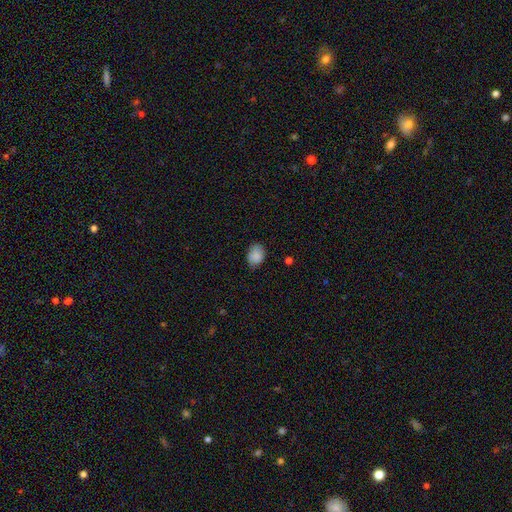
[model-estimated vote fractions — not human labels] A smooth galaxy with no disk features (86%) that is in between round and cigar-shaped (61%).

Vote fractions:
- Smooth or featured? smooth: 86% / star or artifact: 8% / featured or disk: 6%
- How rounded? in between: 61% / round: 38% / cigar-shaped: 1%
- Merging? none: 69% / minor disturbance: 25% / major disturbance: 5% / merger: 1%